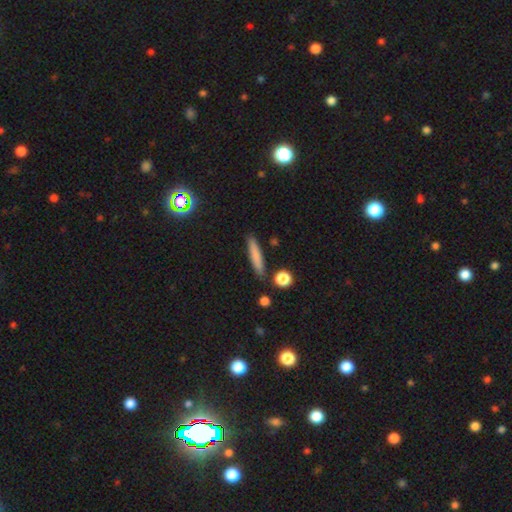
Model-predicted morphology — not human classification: smooth 78%, featured or disk 15%, star or artifact 8%. Down the decision tree: how rounded — cigar-shaped (90%); merging — none (86%).